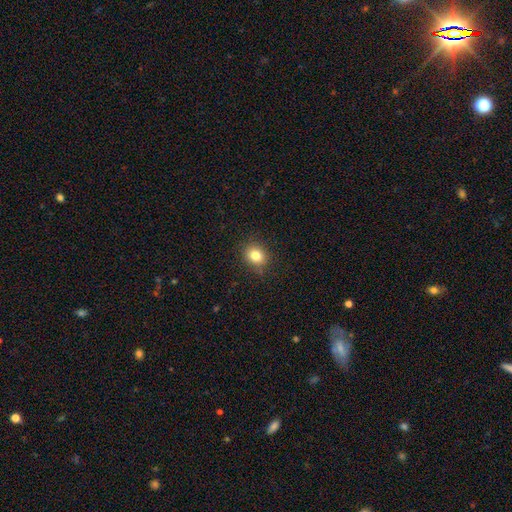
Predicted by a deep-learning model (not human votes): Morphology: type=smooth (81%); roundness=round (67%); merging=none (86%).